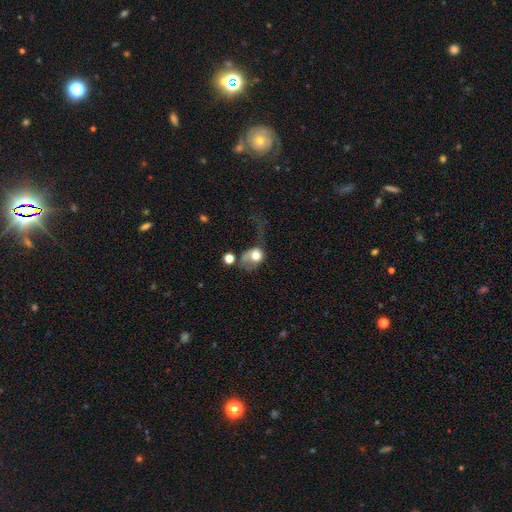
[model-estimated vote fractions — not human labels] This appears to be a smooth galaxy with no disk features (66%) that is round (61%). Merging: major disturbance (57%).